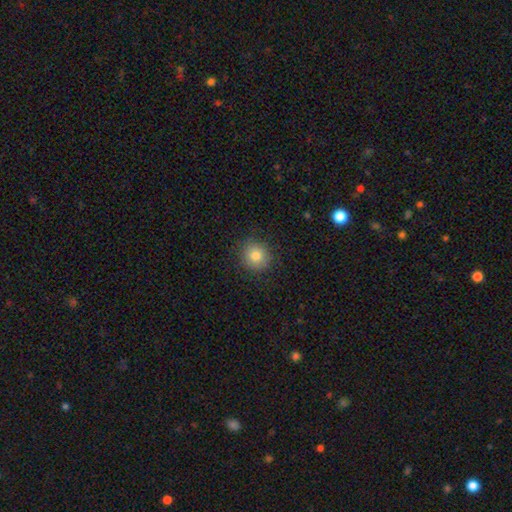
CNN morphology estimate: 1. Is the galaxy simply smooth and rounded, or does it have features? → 81% smooth, 10% star or artifact, 9% featured or disk.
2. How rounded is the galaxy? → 91% round, 8% in between, 1% cigar-shaped.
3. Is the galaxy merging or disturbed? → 87% none, 9% minor disturbance, 3% major disturbance, 1% merger.